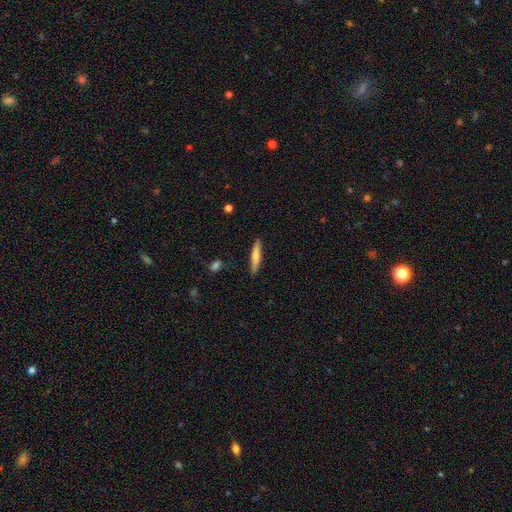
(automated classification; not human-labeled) Smooth or featured?
  - smooth: 71% *
  - featured or disk: 24%
  - star or artifact: 6%
How rounded?
  - cigar-shaped: 89% *
  - in between: 9%
  - round: 1%
Merging?
  - none: 88% *
  - minor disturbance: 9%
  - major disturbance: 2%
  - merger: 2%